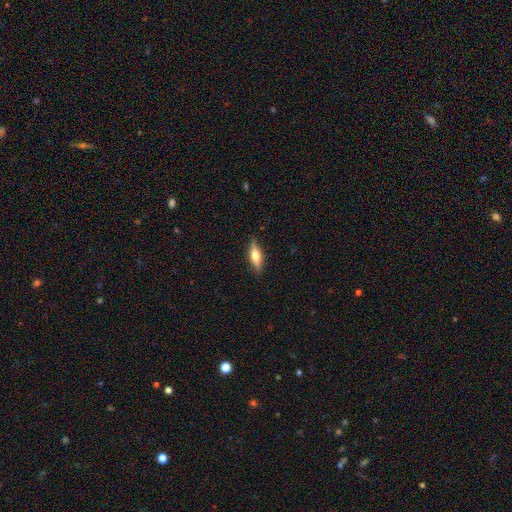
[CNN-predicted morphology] Smooth or featured? featured or disk (57%)
Edge-on disk? yes (94%)
Edge-on bulge? rounded (92%)
Merging? none (86%)